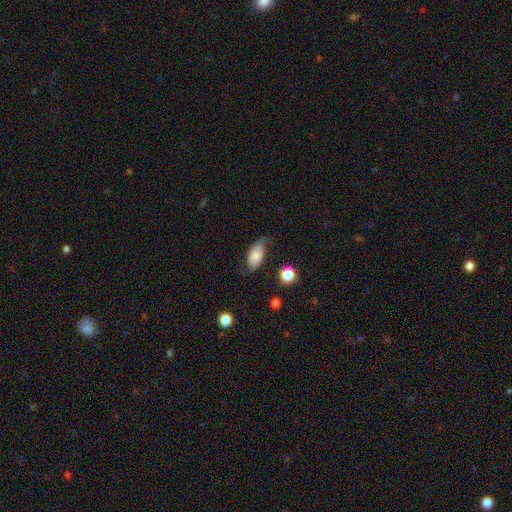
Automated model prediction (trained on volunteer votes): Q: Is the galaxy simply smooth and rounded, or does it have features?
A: smooth — 65%.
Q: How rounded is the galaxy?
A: in between — 91%.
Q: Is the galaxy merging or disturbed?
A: none — 56%.